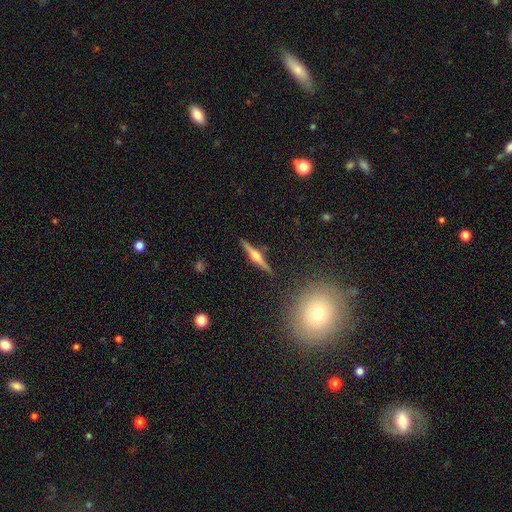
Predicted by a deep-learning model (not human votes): Morphology: type=featured or disk (73%); edge-on=yes (98%); edge-on bulge=rounded (91%); merging=none (89%).